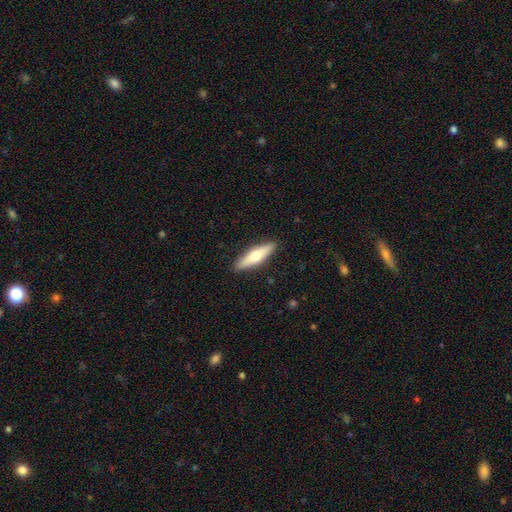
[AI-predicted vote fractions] Morphology: type=smooth (57%); roundness=cigar-shaped (71%); merging=none (90%).